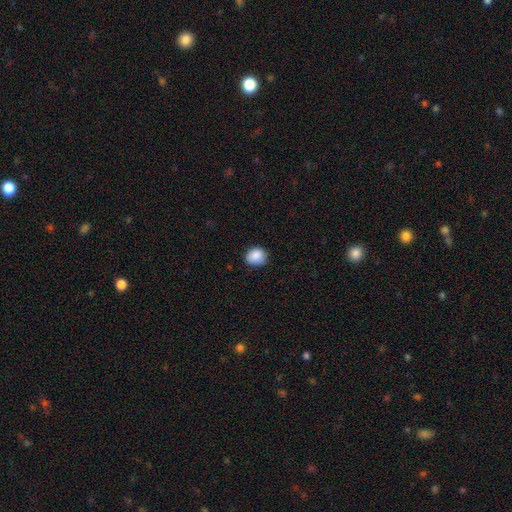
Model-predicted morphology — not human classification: type=smooth (88%); roundness=round (68%); merging=none (83%).